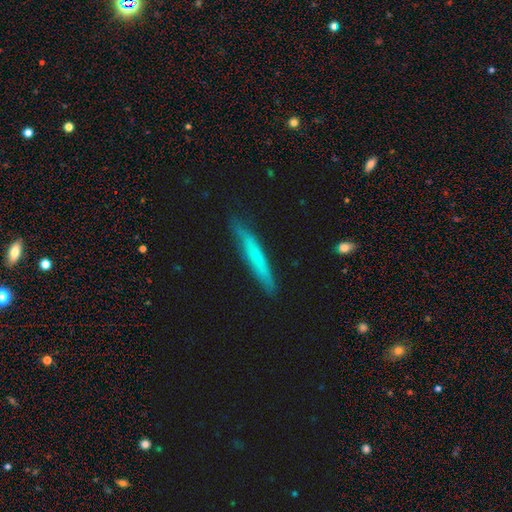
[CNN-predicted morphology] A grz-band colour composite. It shows a smooth galaxy with no disk features (55%) that is cigar-shaped (95%). Merging: none (84%).